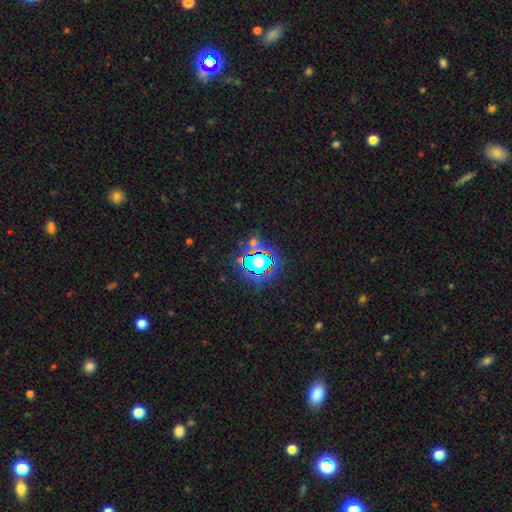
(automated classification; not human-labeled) The model was most divided on "smooth or featured": star or artifact: 77%, smooth: 15%, featured or disk: 8%.